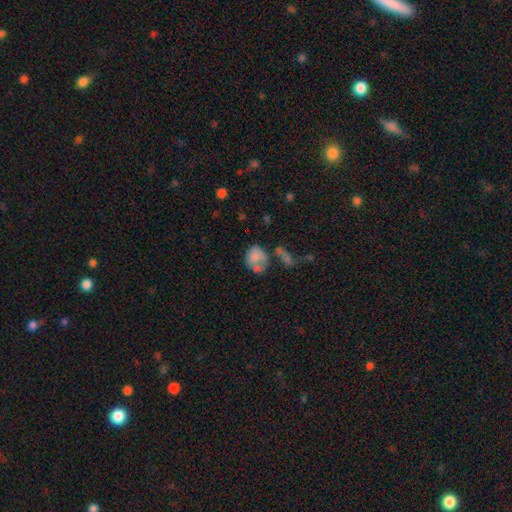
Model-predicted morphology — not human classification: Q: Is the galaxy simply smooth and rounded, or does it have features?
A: smooth — 68%.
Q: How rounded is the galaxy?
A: in between — 51%.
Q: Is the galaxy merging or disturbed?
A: none — 30%.